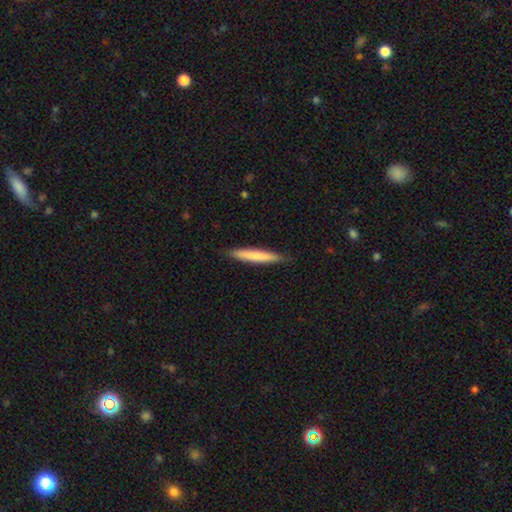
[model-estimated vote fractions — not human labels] smooth-or-featured: smooth: 73% | featured or disk: 22% | star or artifact: 5%
  how-rounded: cigar-shaped: 95% | in between: 4% | round: 1%
  merging: none: 88% | minor disturbance: 9% | major disturbance: 1% | merger: 1%